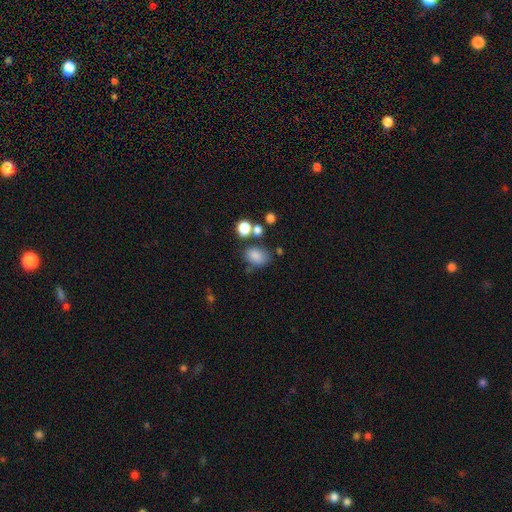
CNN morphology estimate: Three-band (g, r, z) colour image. It shows a smooth galaxy with no disk features (82%) that is in between round and cigar-shaped (74%). Merging: none (60%).